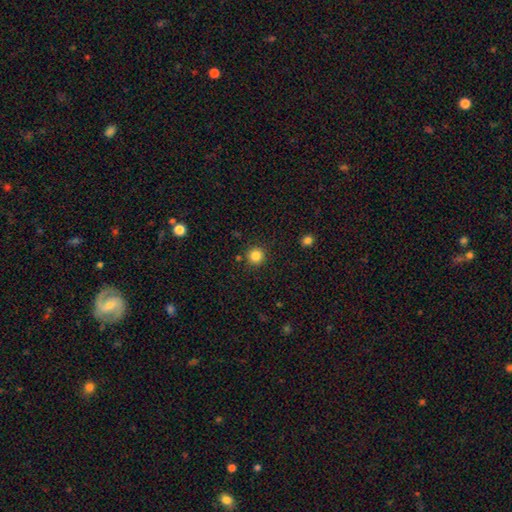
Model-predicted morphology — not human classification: The model was most divided on "smooth or featured": smooth: 85%, star or artifact: 11%, featured or disk: 4%. More confident: how rounded — round (95%); merging — none (90%).